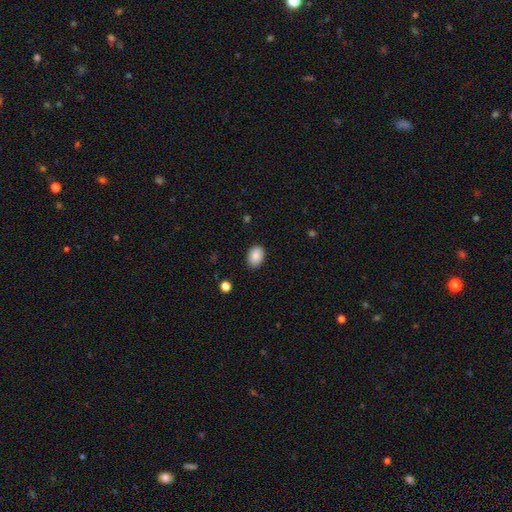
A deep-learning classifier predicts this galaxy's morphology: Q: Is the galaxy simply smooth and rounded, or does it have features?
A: smooth — 87%.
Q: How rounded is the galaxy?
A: in between — 81%.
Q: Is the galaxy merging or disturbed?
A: none — 87%.